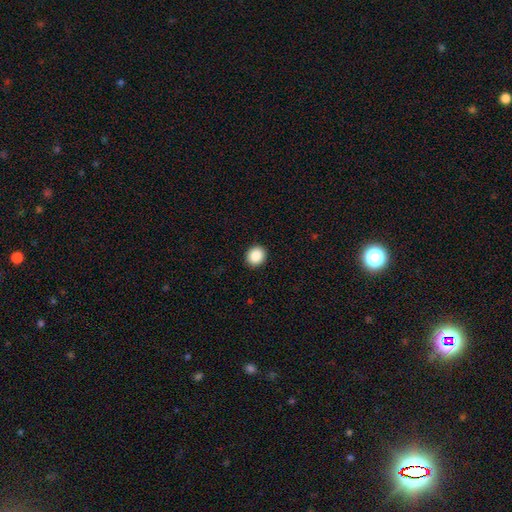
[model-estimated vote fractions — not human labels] Smooth or featured? smooth (89%)
How rounded? round (77%)
Merging? none (92%)